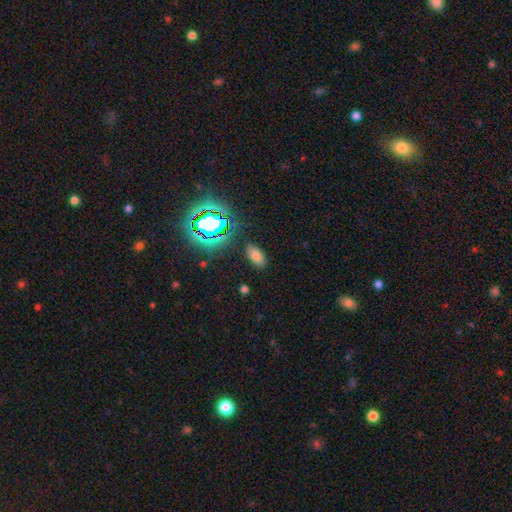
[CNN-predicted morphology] smooth_or_featured: smooth (p=0.69) [alt: star or artifact p=0.22]
how_rounded: in between (p=0.91) [alt: round p=0.06]
merging: none (p=0.86) [alt: minor disturbance p=0.10]